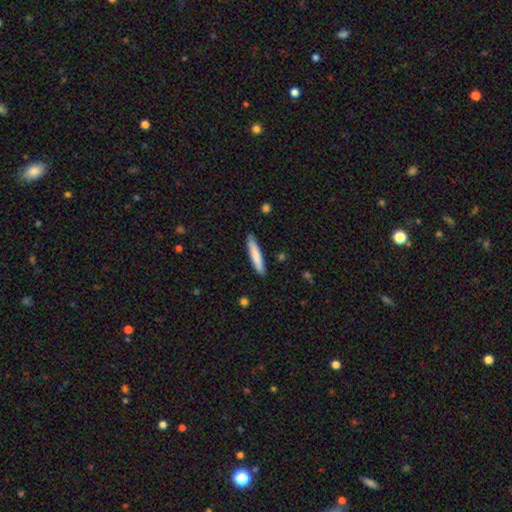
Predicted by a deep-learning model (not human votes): Smooth or featured: smooth — 80% (featured or disk — 14%)
How rounded: cigar-shaped — 90% (in between — 9%)
Merging: none — 89% (minor disturbance — 8%)